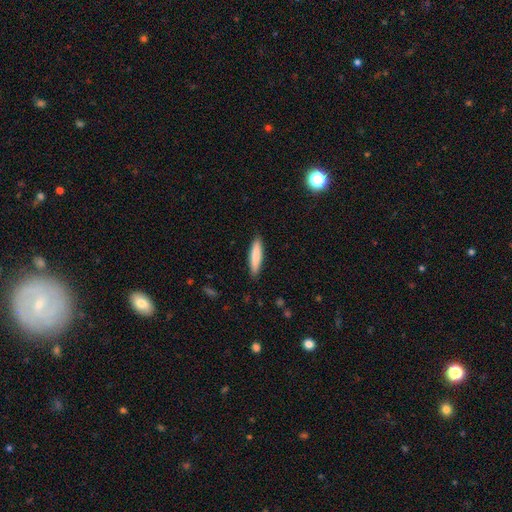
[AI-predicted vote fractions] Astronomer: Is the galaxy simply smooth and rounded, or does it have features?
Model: smooth — 83%.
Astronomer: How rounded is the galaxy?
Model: cigar-shaped — 82%.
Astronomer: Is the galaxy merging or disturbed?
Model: none — 89%.